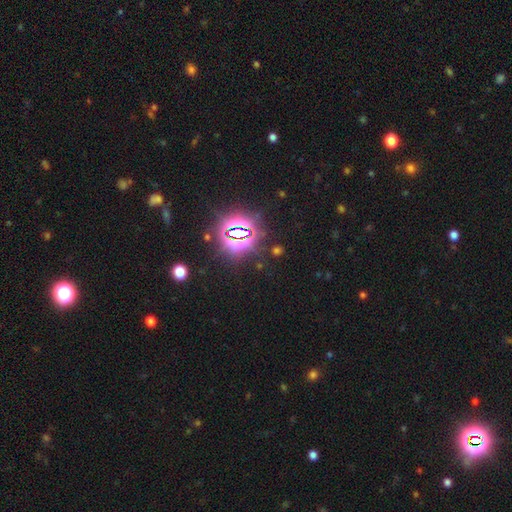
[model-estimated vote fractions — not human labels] The model was most divided on "smooth or featured": star or artifact: 81%, smooth: 13%, featured or disk: 7%.